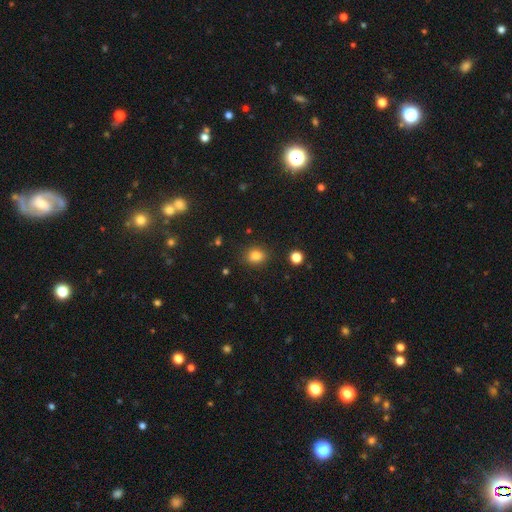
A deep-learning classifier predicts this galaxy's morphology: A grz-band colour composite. It shows a smooth galaxy with no disk features (82%) that is round (54%). Merging: none (85%).